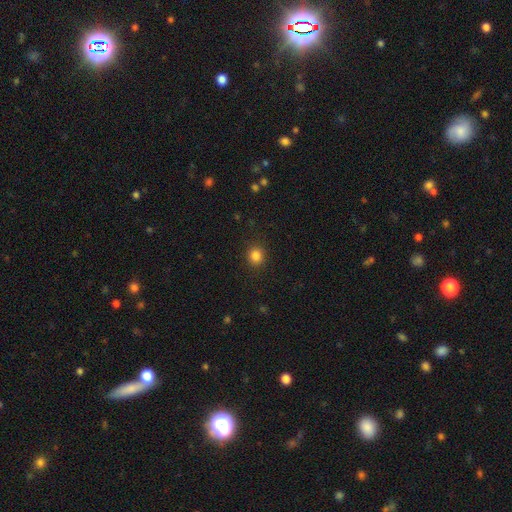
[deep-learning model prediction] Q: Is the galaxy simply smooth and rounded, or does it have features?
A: smooth — 84%.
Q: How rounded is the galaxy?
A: round — 83%.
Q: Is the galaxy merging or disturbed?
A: none — 90%.